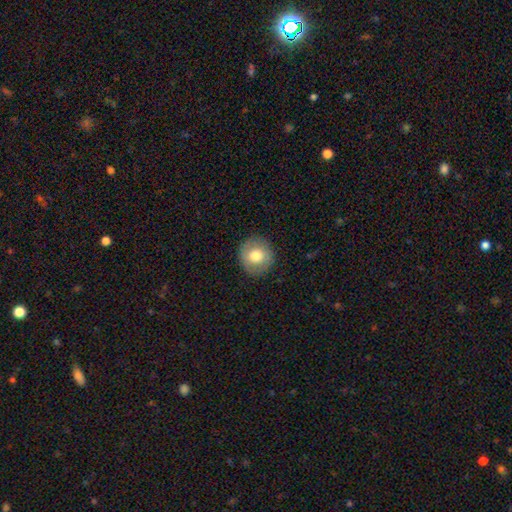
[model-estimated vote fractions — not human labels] A smooth galaxy with no disk features (71%) that is round (91%). Merging: none (89%).